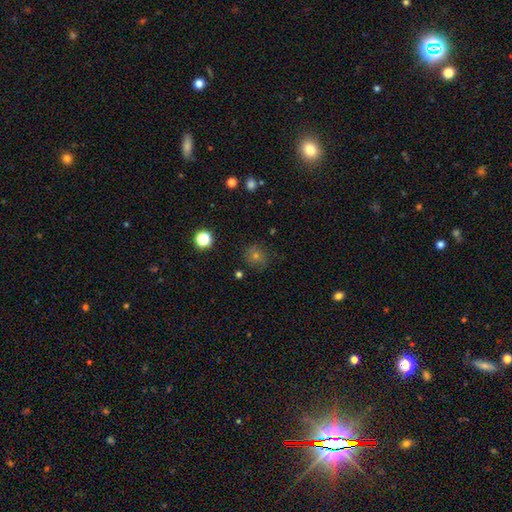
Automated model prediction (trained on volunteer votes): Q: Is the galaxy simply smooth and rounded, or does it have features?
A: smooth — 54%.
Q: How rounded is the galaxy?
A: round — 84%.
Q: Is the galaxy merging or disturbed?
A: none — 78%.